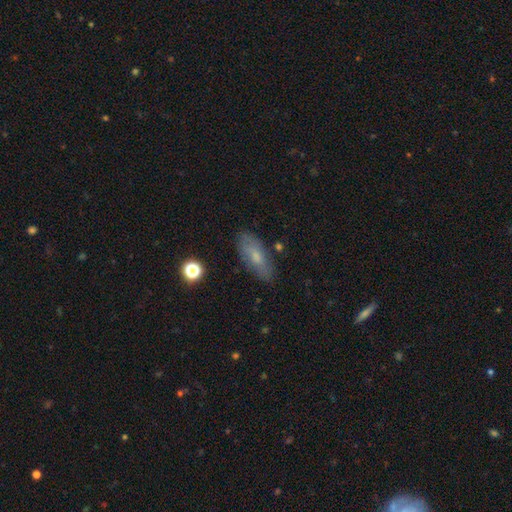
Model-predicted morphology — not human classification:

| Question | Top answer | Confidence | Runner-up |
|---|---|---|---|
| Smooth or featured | smooth | 64% | featured or disk (28%) |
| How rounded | in between | 76% | cigar-shaped (21%) |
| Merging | none | 79% | minor disturbance (15%) |